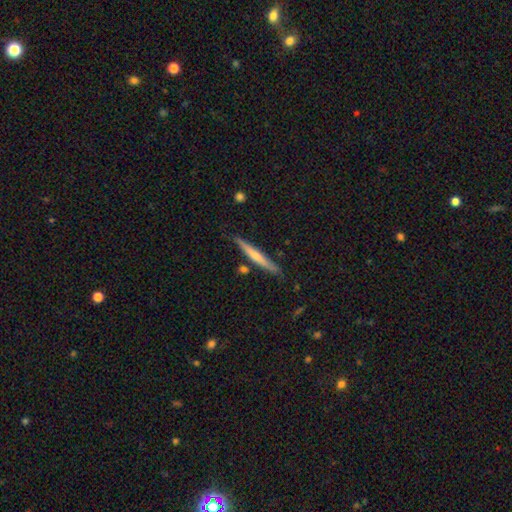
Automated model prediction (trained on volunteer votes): Overall: smooth (50%; featured or disk 44%). How rounded: cigar-shaped (96%). Merging: none (82%).